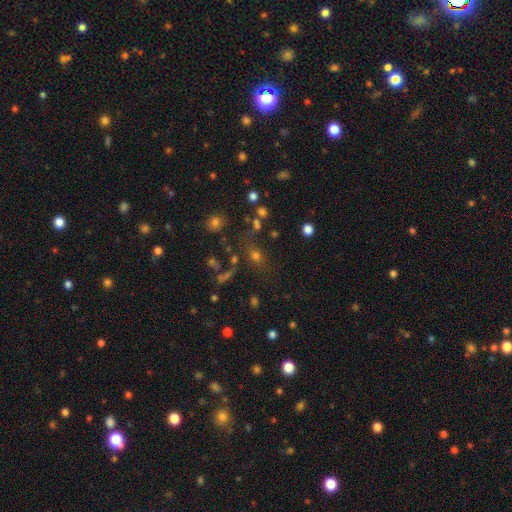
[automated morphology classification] Q: Smooth or featured?
A: smooth (61%); runner-up: star or artifact (28%)
Q: How rounded?
A: round (56%); runner-up: in between (41%)
Q: Merging?
A: none (66%); runner-up: minor disturbance (14%)